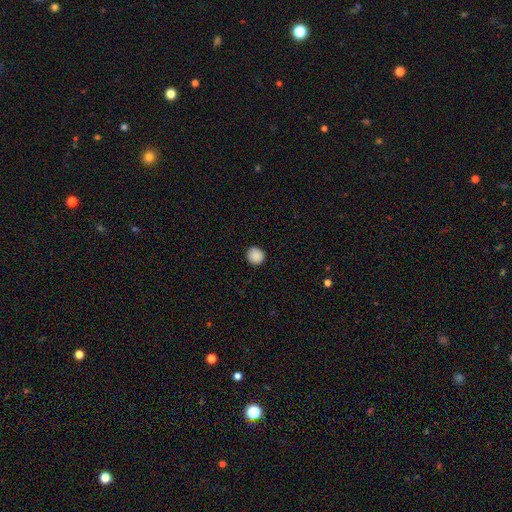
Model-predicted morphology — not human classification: The model was most divided on "smooth or featured": smooth: 89%, star or artifact: 9%, featured or disk: 2%. More confident: how rounded — round (93%); merging — none (91%).